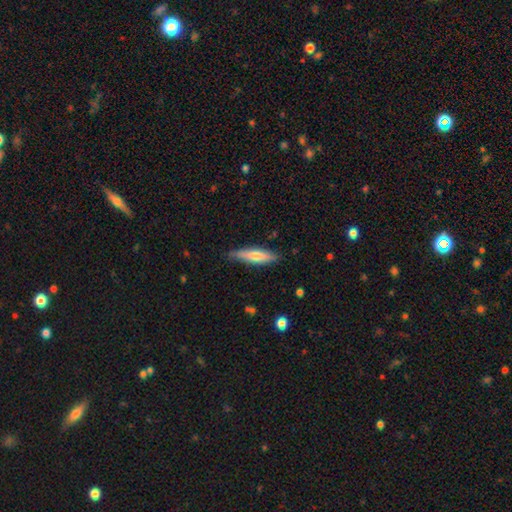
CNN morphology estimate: Smooth or featured? smooth (57%)
How rounded? cigar-shaped (75%)
Merging? none (81%)